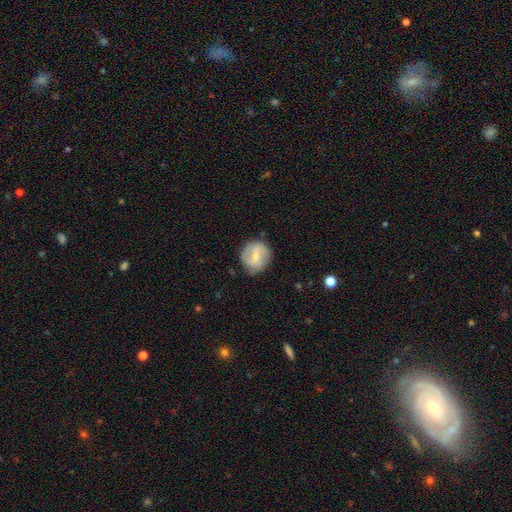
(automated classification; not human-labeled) A smooth galaxy with no disk features (51%) that is round (82%). Merging: none (73%).